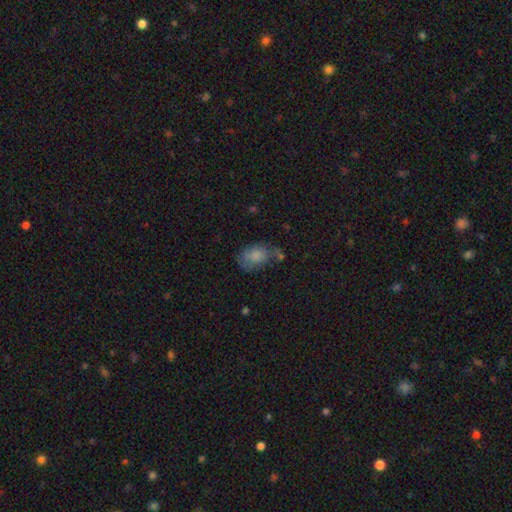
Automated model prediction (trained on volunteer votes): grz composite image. It shows a smooth galaxy with no disk features (75%) that is in between round and cigar-shaped (78%). Merging: none (47%).